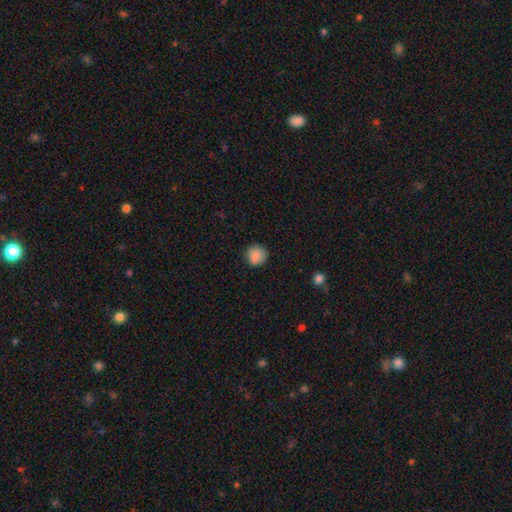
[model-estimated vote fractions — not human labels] The model was most divided on "merging": none: 87%, minor disturbance: 9%, major disturbance: 2%, merger: 1%. More confident: how rounded — round (93%); smooth or featured — smooth (87%).